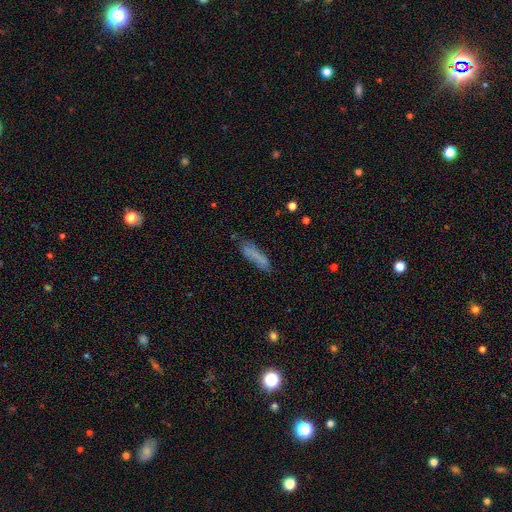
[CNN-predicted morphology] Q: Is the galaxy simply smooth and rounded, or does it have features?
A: smooth — 70%.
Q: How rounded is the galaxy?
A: cigar-shaped — 78%.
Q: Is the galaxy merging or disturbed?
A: none — 67%.